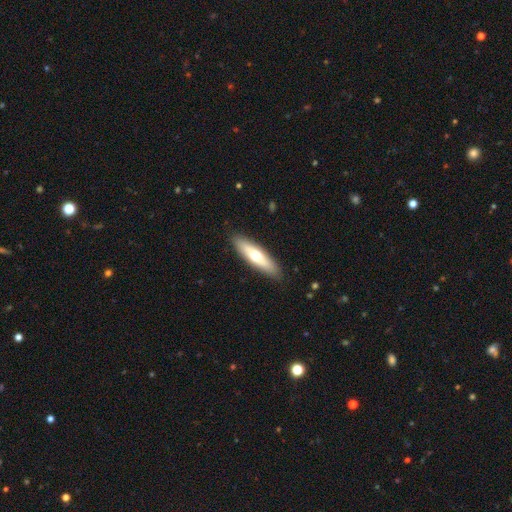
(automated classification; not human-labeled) Smooth or featured? smooth (54%)
How rounded? cigar-shaped (66%)
Merging? none (89%)